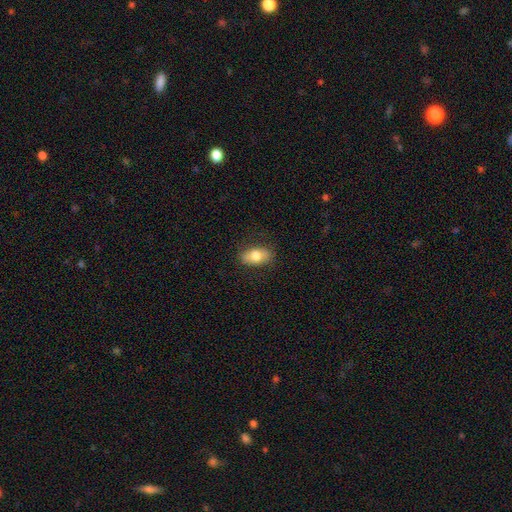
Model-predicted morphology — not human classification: A smooth galaxy with no disk features (76%) that is in between round and cigar-shaped (88%). Merging: none (82%).